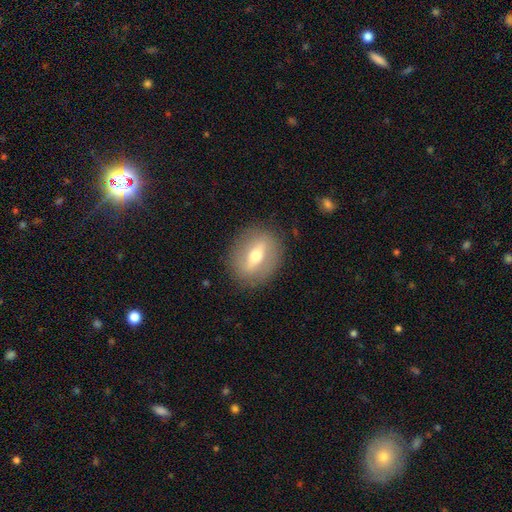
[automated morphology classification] The model was most divided on "smooth or featured": featured or disk: 55%, smooth: 38%, star or artifact: 8%. More confident: merging — none (86%); edge-on disk — no (70%).